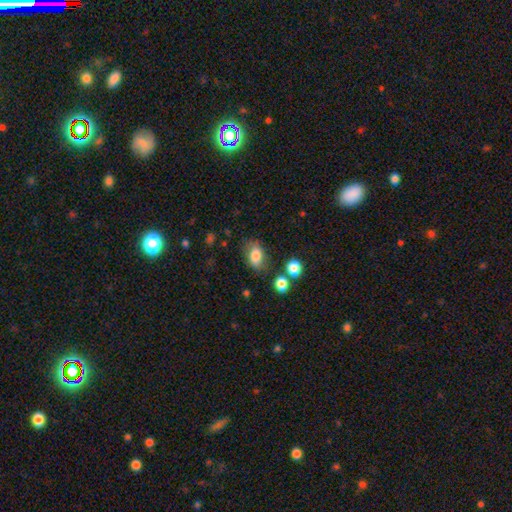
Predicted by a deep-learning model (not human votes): smooth_or_featured: smooth (p=0.80) [alt: featured or disk p=0.11]
how_rounded: in between (p=0.85) [alt: round p=0.13]
merging: none (p=0.68) [alt: minor disturbance p=0.20]